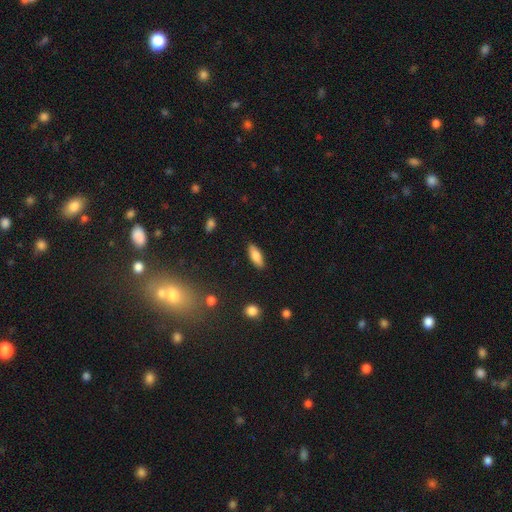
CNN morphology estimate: The model was most divided on "how rounded": in between: 69%, cigar-shaped: 28%, round: 2%. More confident: merging — none (87%); smooth or featured — smooth (79%).